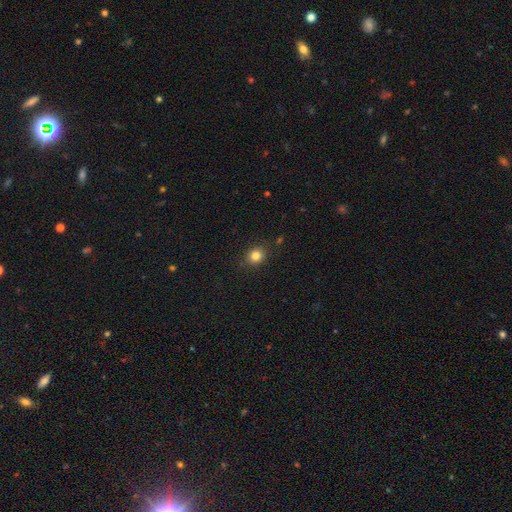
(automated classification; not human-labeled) smooth_or_featured: smooth (p=0.82) [alt: star or artifact p=0.12]
how_rounded: round (p=0.77) [alt: in between p=0.22]
merging: none (p=0.86) [alt: minor disturbance p=0.10]